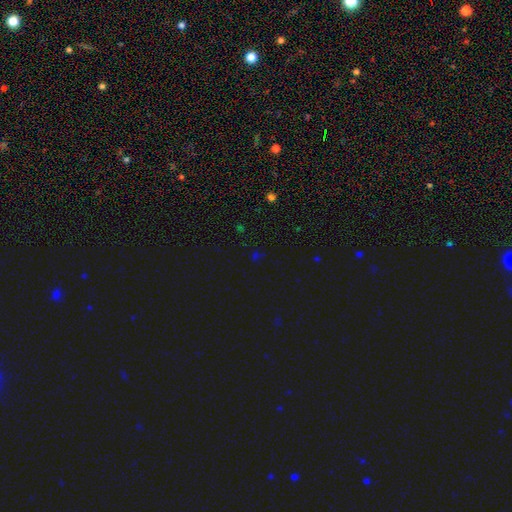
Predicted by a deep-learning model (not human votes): star or artifact 67%, smooth 27%, featured or disk 7%.